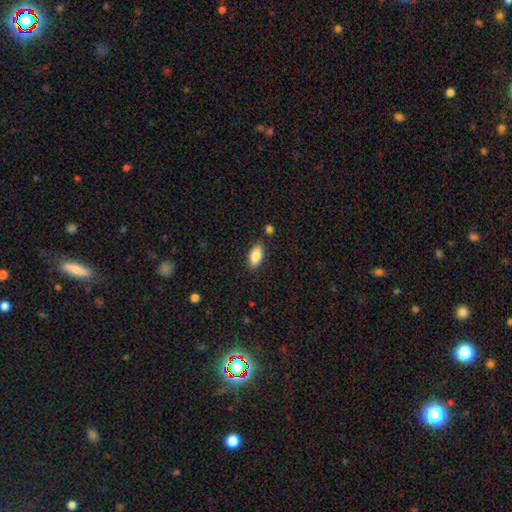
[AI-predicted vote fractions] Smooth or featured: smooth — 84% (featured or disk — 9%)
How rounded: in between — 91% (cigar-shaped — 6%)
Merging: none — 83% (minor disturbance — 11%)